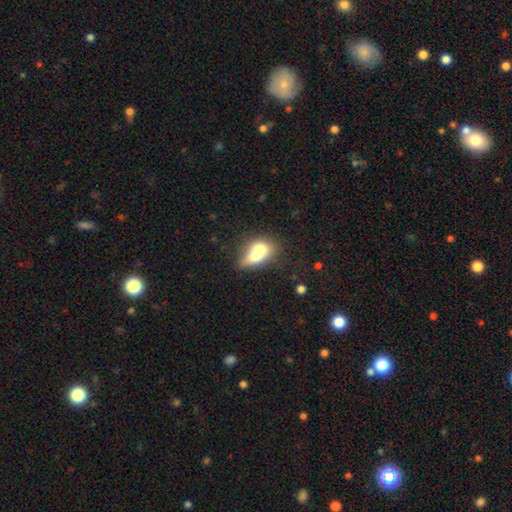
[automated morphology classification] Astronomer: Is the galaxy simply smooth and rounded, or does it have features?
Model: smooth — 64%.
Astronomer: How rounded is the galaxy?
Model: in between — 67%.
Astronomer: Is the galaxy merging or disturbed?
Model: merger — 67%.